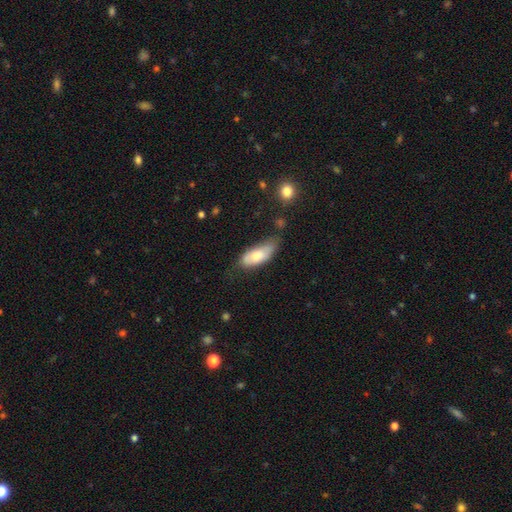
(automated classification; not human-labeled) Smooth or featured? Predicted: smooth (p=0.69). How rounded? Predicted: in between (p=0.82). Merging? Predicted: none (p=0.45).